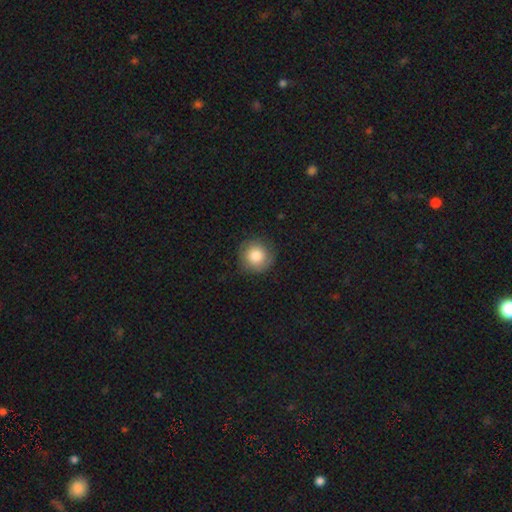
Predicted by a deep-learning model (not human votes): This appears to be a smooth galaxy with no disk features (81%) that is round (94%). Merging: none (84%).